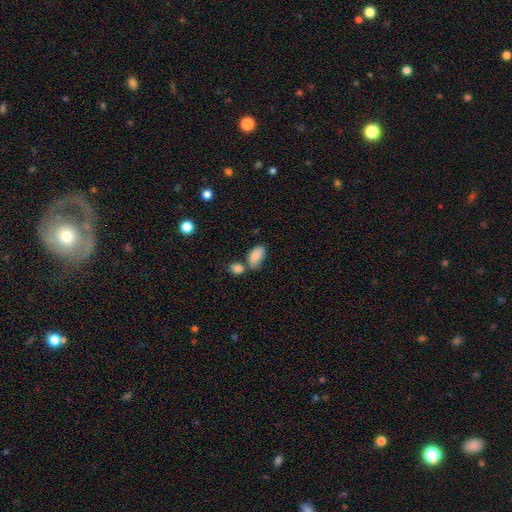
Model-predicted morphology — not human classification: A smooth galaxy with no disk features (84%) that is in between round and cigar-shaped (92%).

Vote fractions:
- Smooth or featured? smooth: 84% / featured or disk: 9% / star or artifact: 7%
- How rounded? in between: 92% / round: 4% / cigar-shaped: 4%
- Merging? none: 50% / merger: 27% / minor disturbance: 17% / major disturbance: 5%